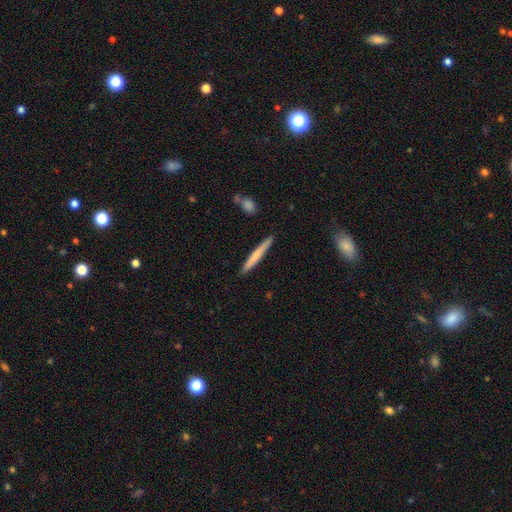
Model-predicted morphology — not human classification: Smooth or featured: smooth — 65% (featured or disk — 30%)
How rounded: cigar-shaped — 96% (in between — 3%)
Merging: none — 90% (minor disturbance — 7%)